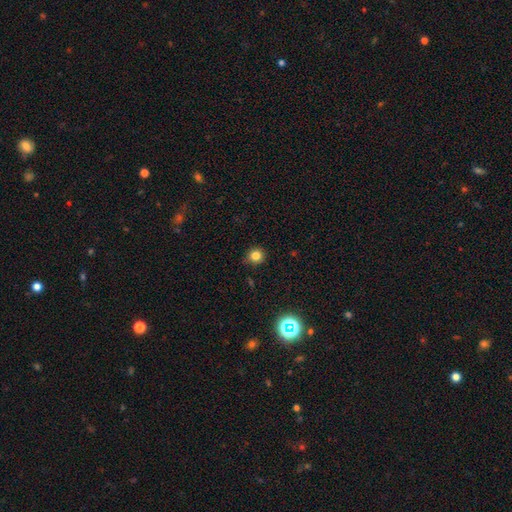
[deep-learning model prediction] Smooth or featured? Predicted: smooth (p=0.80). How rounded? Predicted: round (p=0.90). Merging? Predicted: none (p=0.85).